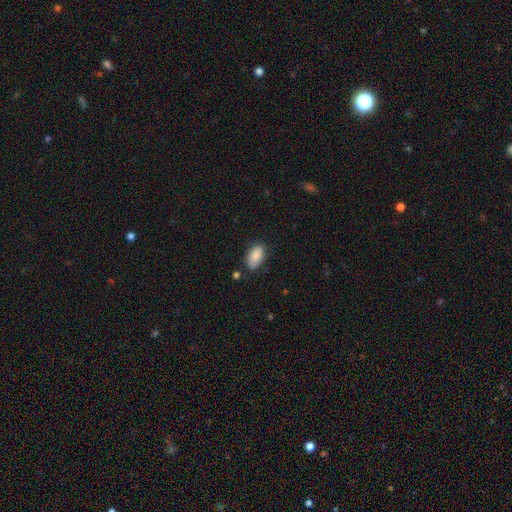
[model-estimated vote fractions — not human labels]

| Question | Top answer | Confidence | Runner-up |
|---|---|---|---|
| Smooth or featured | smooth | 86% | star or artifact (7%) |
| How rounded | in between | 93% | round (5%) |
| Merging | none | 75% | minor disturbance (19%) |